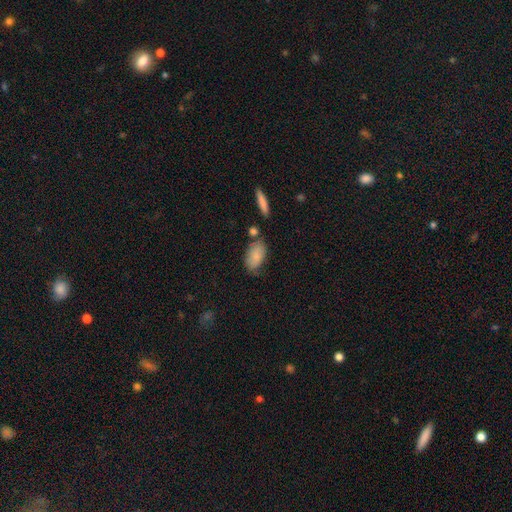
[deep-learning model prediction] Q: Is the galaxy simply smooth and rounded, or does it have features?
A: smooth — 83%.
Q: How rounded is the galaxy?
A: in between — 92%.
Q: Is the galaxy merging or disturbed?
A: none — 61%.